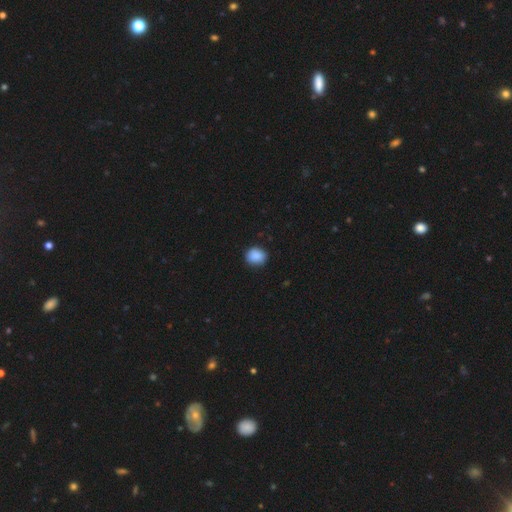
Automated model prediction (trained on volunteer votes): This appears to be a smooth galaxy with no disk features (88%) that is round (69%). Merging: none (82%).